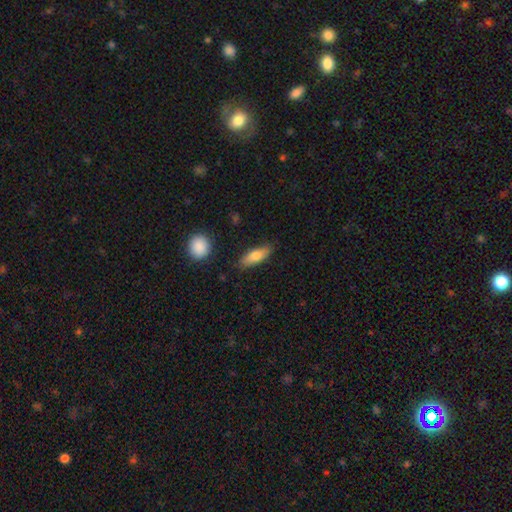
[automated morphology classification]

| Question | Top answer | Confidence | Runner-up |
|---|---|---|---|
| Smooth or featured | smooth | 72% | featured or disk (22%) |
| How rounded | in between | 57% | cigar-shaped (40%) |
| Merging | none | 82% | minor disturbance (13%) |